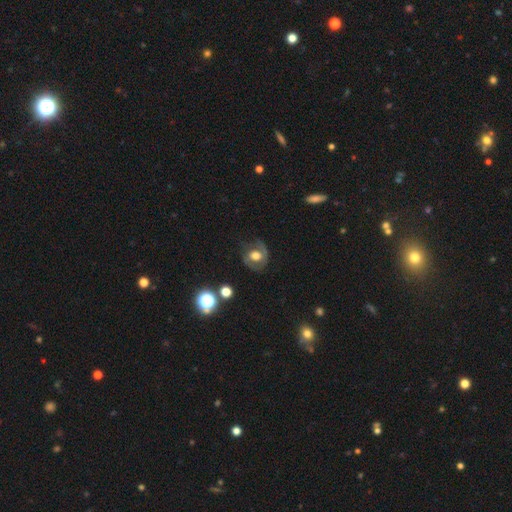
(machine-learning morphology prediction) This is possibly a featured or disk galaxy (53%). It is clearly not viewed edge-on (96%). Bar: likely no (62%). Spiral arm pattern: likely yes (62%). Central bulge: possibly moderate (54%). Merging: likely none (67%).